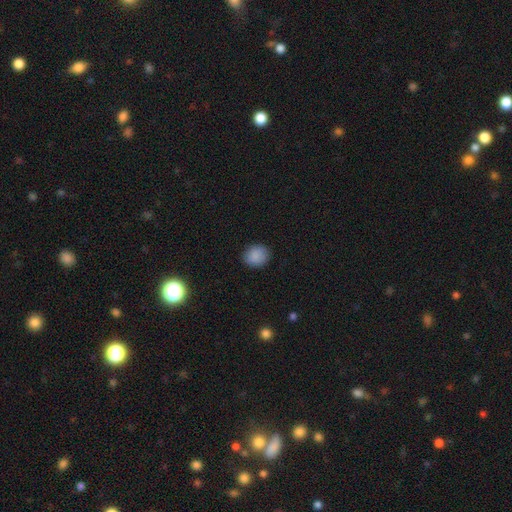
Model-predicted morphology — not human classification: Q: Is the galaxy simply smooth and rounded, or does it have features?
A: smooth — 87%.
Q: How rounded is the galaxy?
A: round — 70%.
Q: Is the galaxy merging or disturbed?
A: none — 87%.